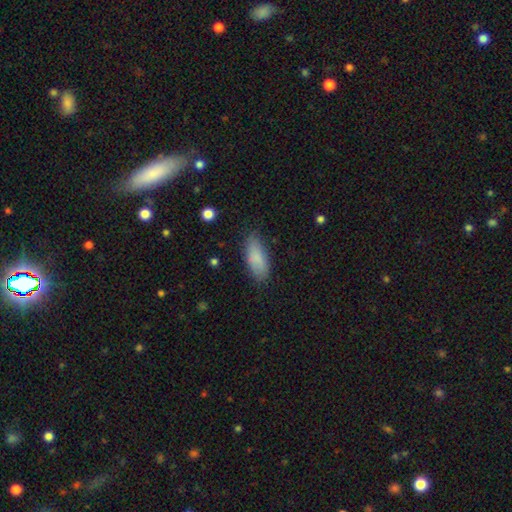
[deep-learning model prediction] Smooth or featured: smooth — 86% (featured or disk — 8%)
How rounded: in between — 78% (cigar-shaped — 20%)
Merging: none — 80% (minor disturbance — 15%)